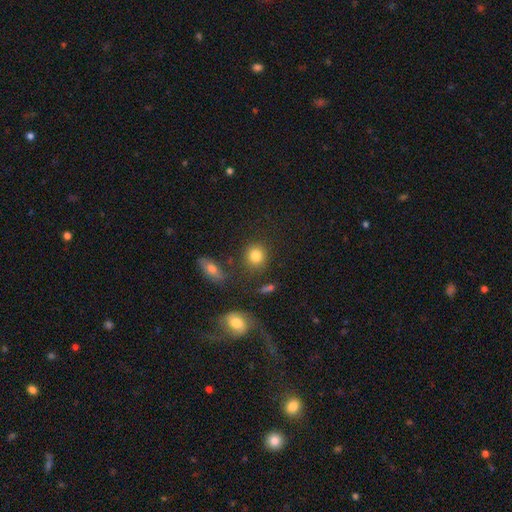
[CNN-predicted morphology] smooth 82%, star or artifact 10%, featured or disk 7%. Down the decision tree: how rounded — round (83%); merging — none (81%).